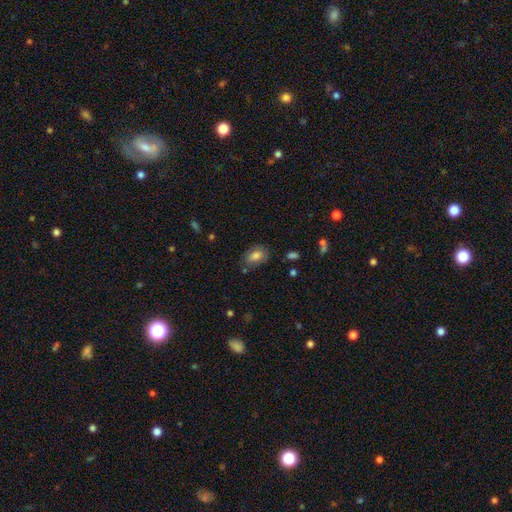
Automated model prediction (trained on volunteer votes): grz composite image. It shows a smooth galaxy with no disk features (81%) that is in between round and cigar-shaped (87%). Merging: none (74%).